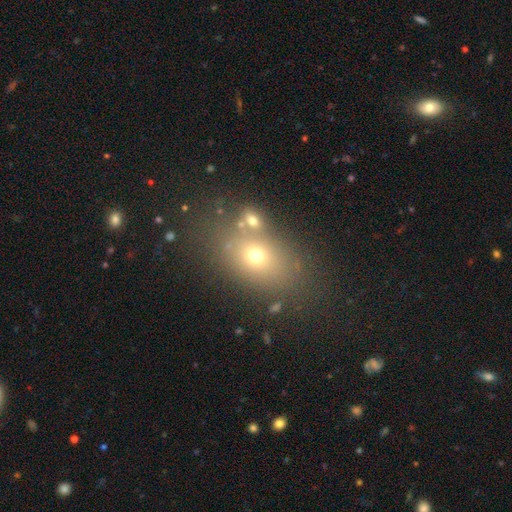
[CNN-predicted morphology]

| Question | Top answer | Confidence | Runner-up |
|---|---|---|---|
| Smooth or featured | smooth | 63% | star or artifact (20%) |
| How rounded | in between | 68% | round (31%) |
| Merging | none | 66% | merger (15%) |